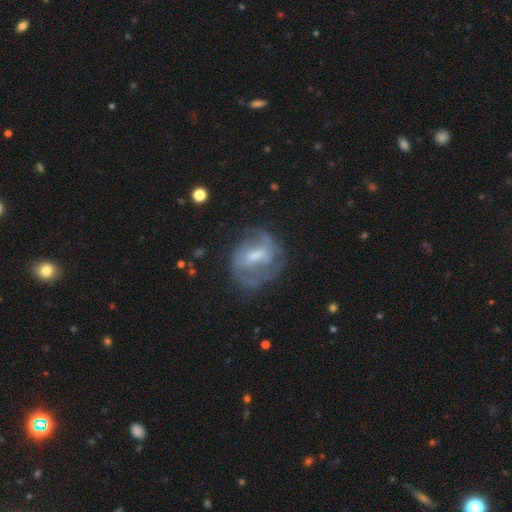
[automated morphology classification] smooth_or_featured: featured or disk (p=0.66) [alt: smooth p=0.26]
disk_edge_on: no (p=0.96) [alt: yes p=0.04]
bar: weak (p=0.51) [alt: no p=0.27]
has_spiral_arms: yes (p=0.70) [alt: no p=0.30]
bulge_size: moderate (p=0.46) [alt: small p=0.25]
merging: none (p=0.53) [alt: minor disturbance p=0.23]